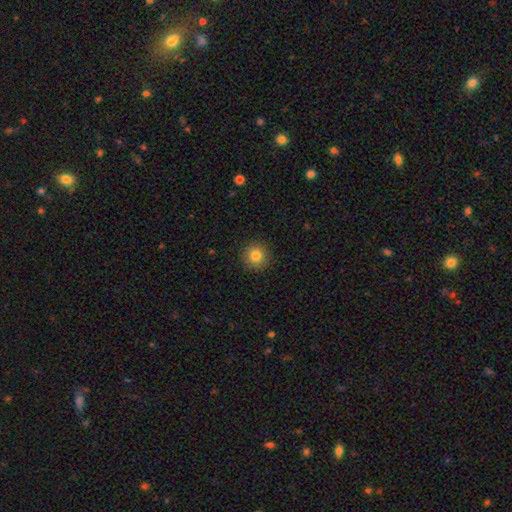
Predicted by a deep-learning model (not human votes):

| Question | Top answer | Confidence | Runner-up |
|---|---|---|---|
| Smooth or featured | smooth | 83% | star or artifact (11%) |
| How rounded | round | 95% | in between (4%) |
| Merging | none | 92% | minor disturbance (5%) |